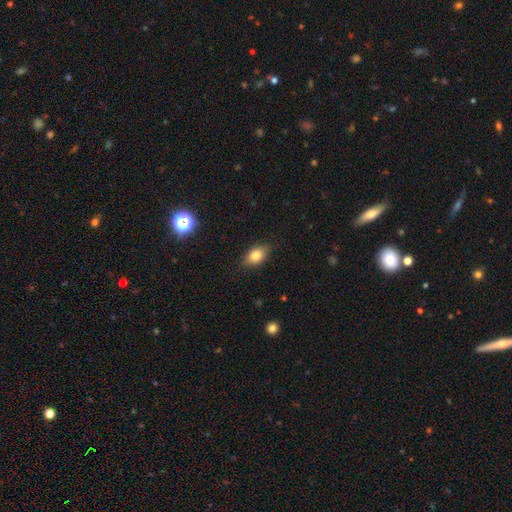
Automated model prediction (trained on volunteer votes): A smooth galaxy with no disk features (79%) that is in between round and cigar-shaped (82%).

Vote fractions:
- Smooth or featured? smooth: 79% / featured or disk: 12% / star or artifact: 9%
- How rounded? in between: 82% / round: 14% / cigar-shaped: 3%
- Merging? none: 84% / minor disturbance: 12% / major disturbance: 3% / merger: 1%